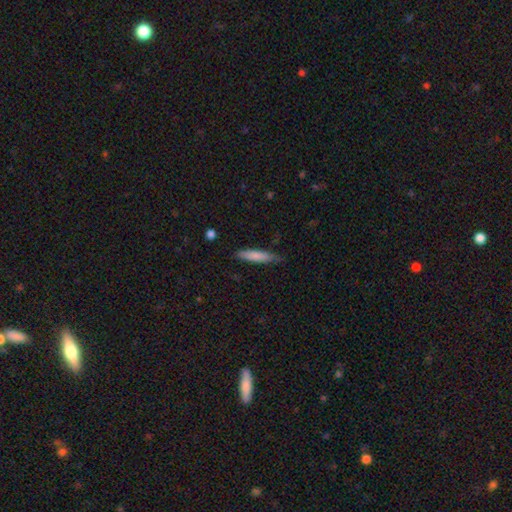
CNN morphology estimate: Smooth or featured? smooth (77%)
How rounded? cigar-shaped (83%)
Merging? none (73%)